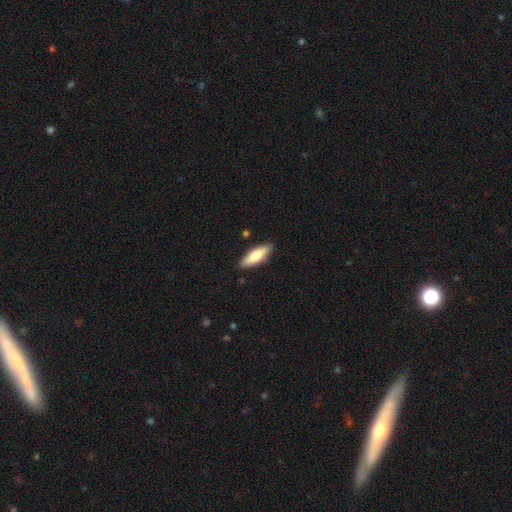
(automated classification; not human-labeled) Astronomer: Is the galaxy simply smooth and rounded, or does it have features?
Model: smooth — 69%.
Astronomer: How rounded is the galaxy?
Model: in between — 52% (runner-up: cigar-shaped, 46%).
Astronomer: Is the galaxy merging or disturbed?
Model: none — 87%.